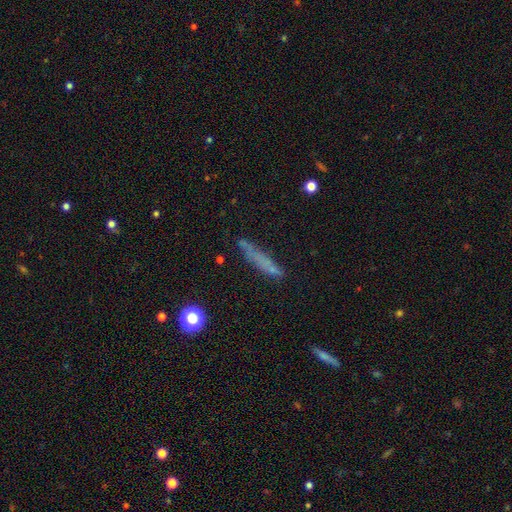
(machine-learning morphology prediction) smooth 59%, featured or disk 24%, star or artifact 17%. Down the decision tree: how rounded — cigar-shaped (91%); merging — none (79%).